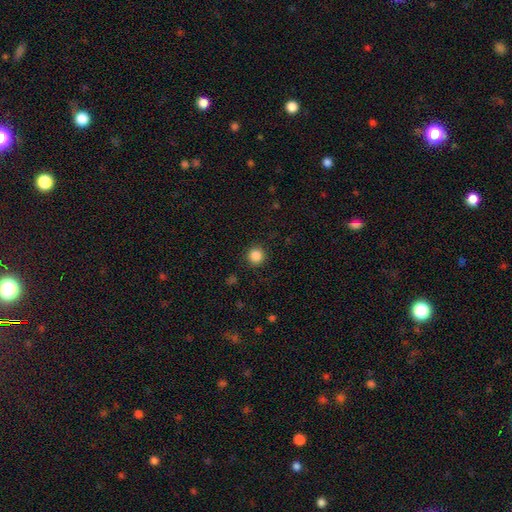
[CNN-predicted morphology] The model was most divided on "smooth or featured": smooth: 86%, star or artifact: 11%, featured or disk: 3%. More confident: how rounded — round (95%); merging — none (91%).